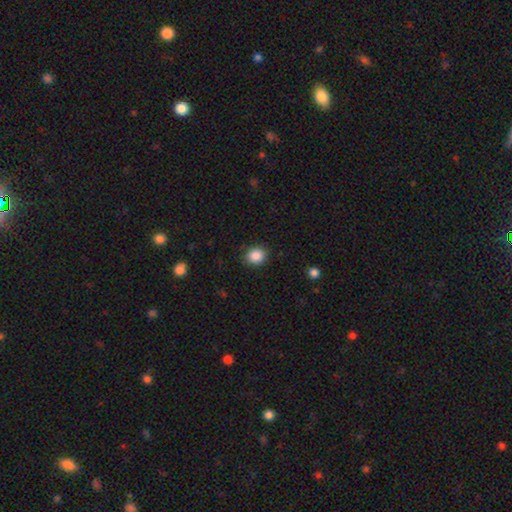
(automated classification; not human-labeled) Overall: smooth (87%). How rounded: round (65%; in between 34%). Merging: none (88%).